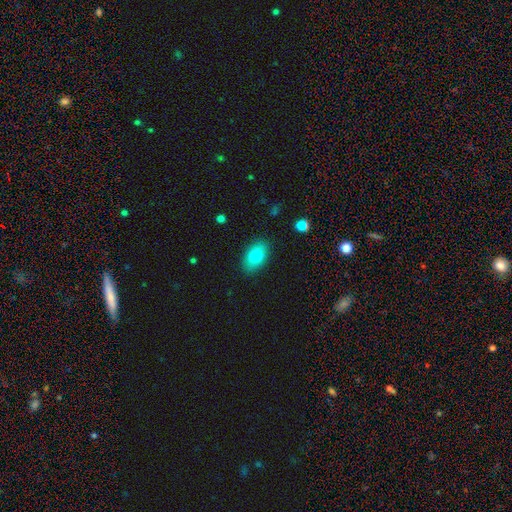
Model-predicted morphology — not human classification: This is likely a smooth galaxy (78%). How rounded: clearly in between (88%). Merging: clearly none (88%).